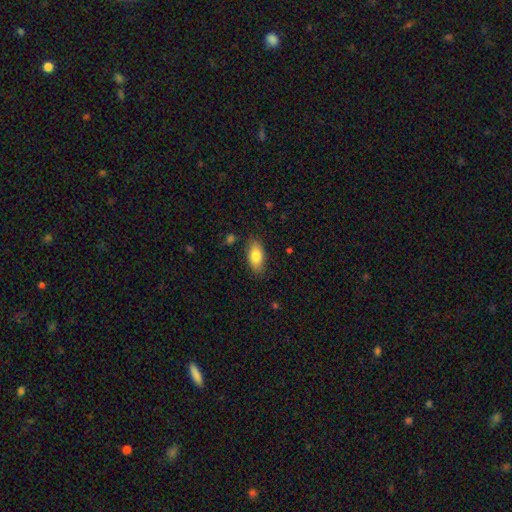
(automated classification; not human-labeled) A smooth galaxy with no disk features (80%) that is in between round and cigar-shaped (90%). Merging: none (83%).